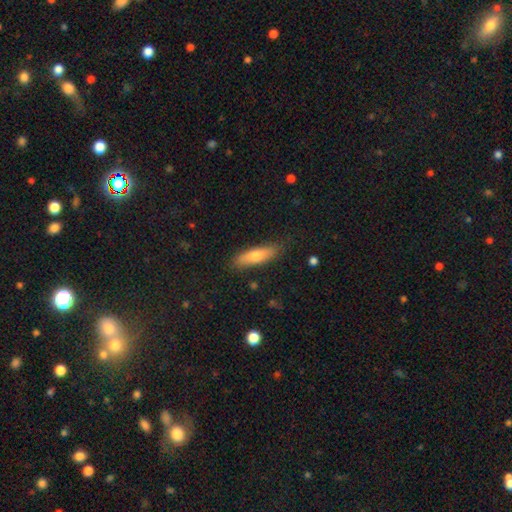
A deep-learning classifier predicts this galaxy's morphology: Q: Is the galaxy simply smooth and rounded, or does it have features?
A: smooth — 65%.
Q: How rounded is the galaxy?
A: cigar-shaped — 64%.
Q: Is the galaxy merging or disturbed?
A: none — 85%.